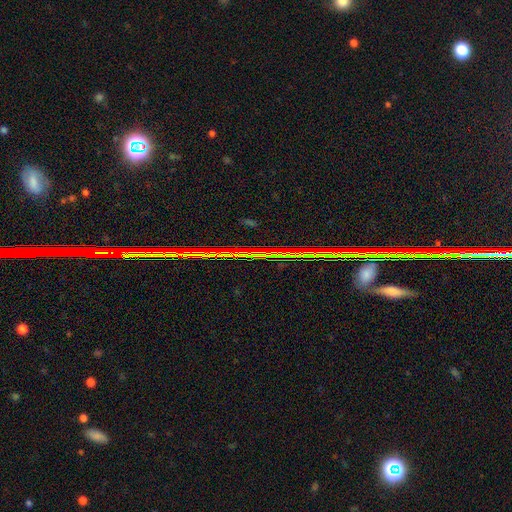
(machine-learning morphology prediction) The model was most divided on "smooth or featured": star or artifact: 80%, featured or disk: 12%, smooth: 8%.